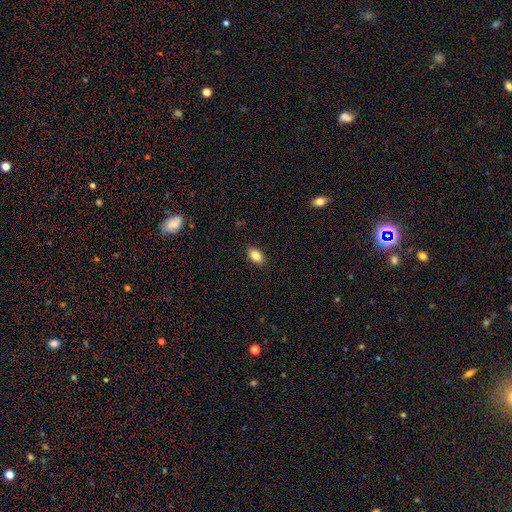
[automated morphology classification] This appears to be a smooth galaxy with no disk features (85%) that is in between round and cigar-shaped (89%). Merging: none (88%).